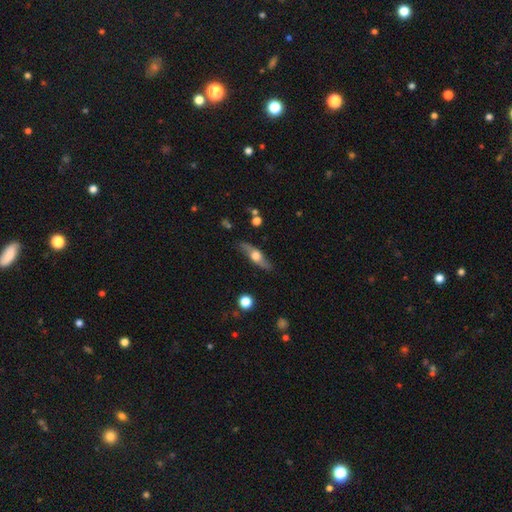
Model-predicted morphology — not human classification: featured or disk 58%, smooth 36%, star or artifact 6%. Down the decision tree: edge-on disk — yes (76%); merging — none (81%).